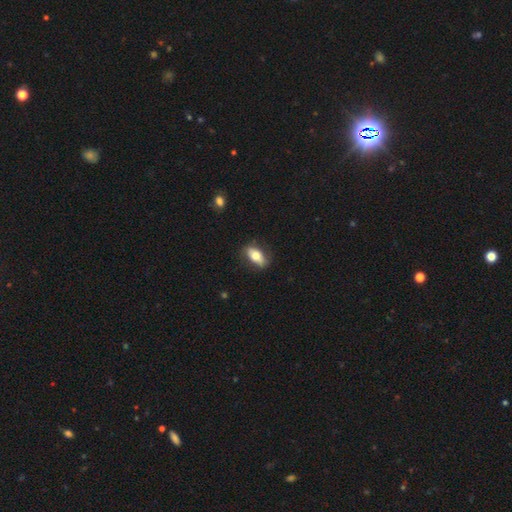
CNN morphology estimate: Smooth or featured? smooth (69%)
How rounded? in between (85%)
Merging? none (81%)